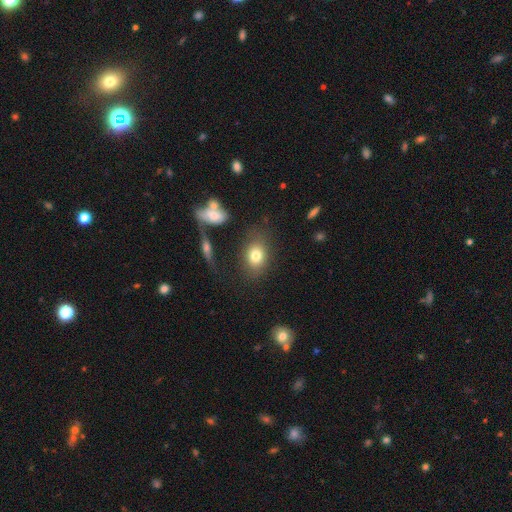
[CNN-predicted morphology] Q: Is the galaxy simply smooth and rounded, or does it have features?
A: smooth — 78%.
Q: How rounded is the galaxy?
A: in between — 65%.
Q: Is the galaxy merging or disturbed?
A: none — 75%.